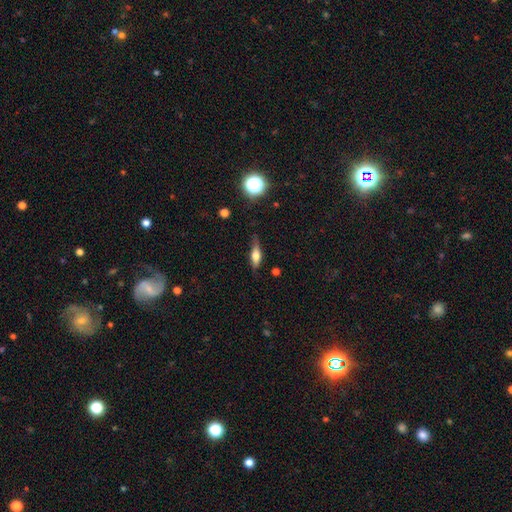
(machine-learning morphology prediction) smooth 52%, featured or disk 39%, star or artifact 9%. Down the decision tree: how rounded — cigar-shaped (49%); merging — none (71%).